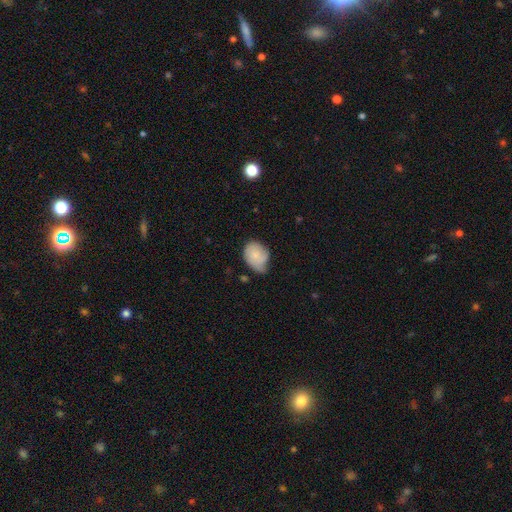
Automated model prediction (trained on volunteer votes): Morphology: type=smooth (65%); roundness=in between (65%); merging=minor disturbance (46%).